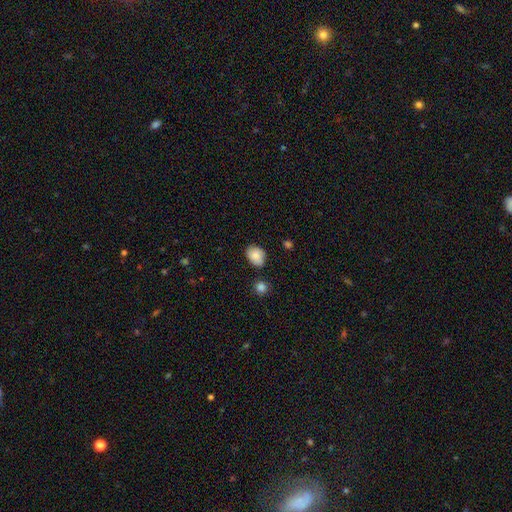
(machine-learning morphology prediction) smooth 84%, featured or disk 8%, star or artifact 8%. Down the decision tree: how rounded — in between (71%); merging — none (77%).